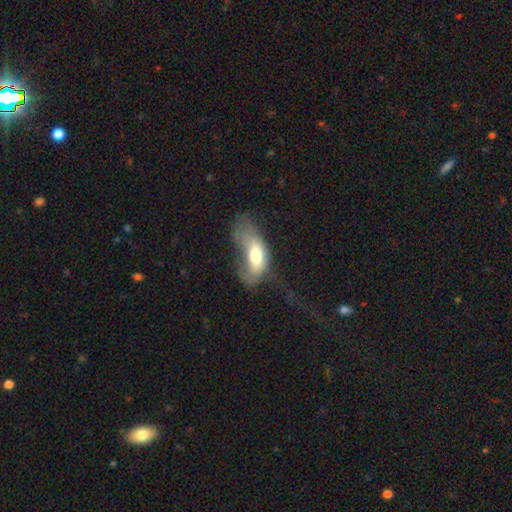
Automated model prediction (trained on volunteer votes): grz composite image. It shows a smooth galaxy with no disk features (64%) that is in between round and cigar-shaped (86%). Merging: major disturbance (54%).